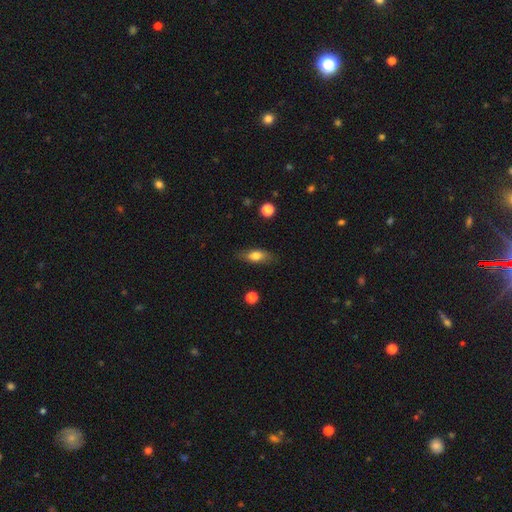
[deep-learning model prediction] The model was most divided on "smooth or featured": smooth: 72%, featured or disk: 20%, star or artifact: 7%. More confident: merging — none (82%); how rounded — in between (74%).